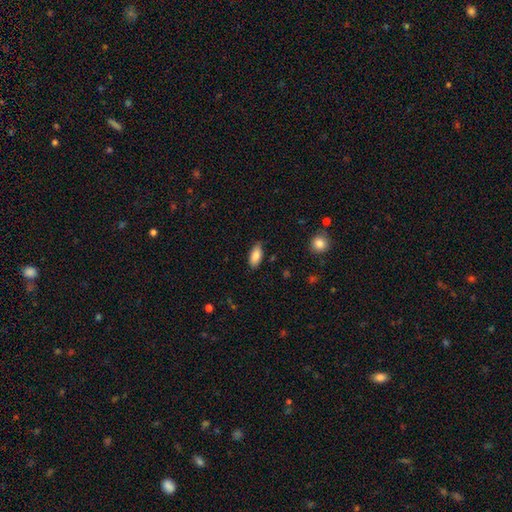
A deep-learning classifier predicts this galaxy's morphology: Smooth or featured? Predicted: smooth (p=0.86). How rounded? Predicted: in between (p=0.88). Merging? Predicted: none (p=0.83).